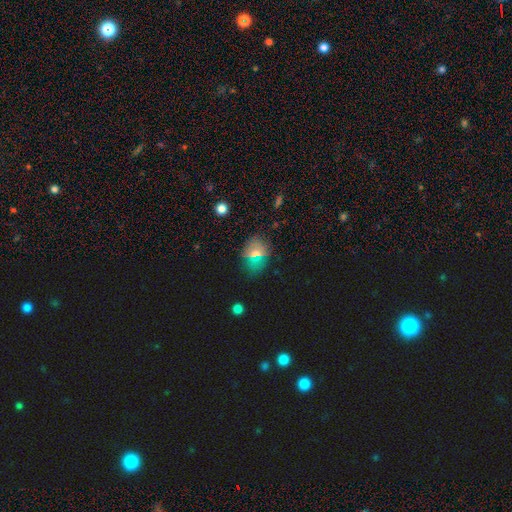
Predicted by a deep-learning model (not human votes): smooth_or_featured: smooth (p=0.58) [alt: star or artifact p=0.23]
how_rounded: in between (p=0.56) [alt: round p=0.41]
merging: none (p=0.77) [alt: minor disturbance p=0.14]